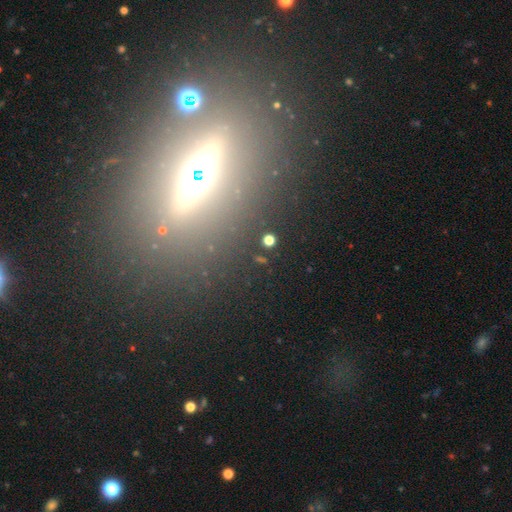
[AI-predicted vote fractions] featured or disk 59%, star or artifact 22%, smooth 18%. Down the decision tree: edge-on disk — yes (81%); merging — none (84%).